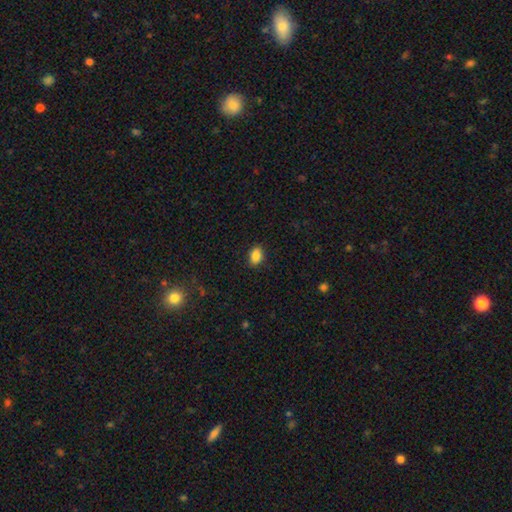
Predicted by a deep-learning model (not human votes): Morphology: type=smooth (87%); roundness=in between (83%); merging=none (87%).